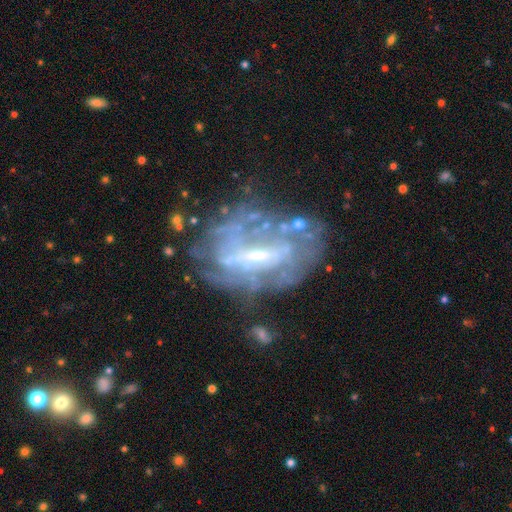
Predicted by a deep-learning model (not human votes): This is likely a featured or disk galaxy (76%). It is clearly not viewed edge-on (95%). Bar: marginally weak (42%). Spiral arm pattern: possibly yes (51%). Central bulge: possibly small (58%). Merging: possibly none (51%).